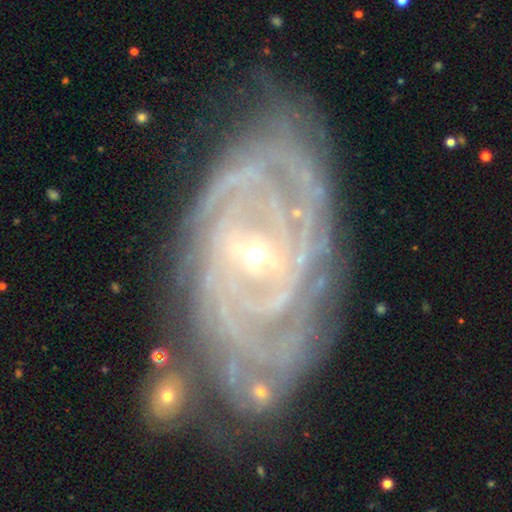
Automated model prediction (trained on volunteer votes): A featured or disk galaxy (90%) with a weak bar (37%), 2 (23%) tight (71%) spiral arms (97%) and a small central bulge (81%).

Vote fractions:
- Smooth or featured? featured or disk: 90% / star or artifact: 6% / smooth: 5%
- Edge-on disk? no: 96% / yes: 4%
- Bar? weak: 37% / strong: 33% / no: 30%
- Spiral arms? yes: 97% / no: 3%
- Spiral winding? tight: 71% / medium: 23% / loose: 5%
- Spiral arm count? 2: 23% / can't tell: 22% / 3: 19% / 4: 18% / more than 4: 11% / 1: 7%
- Bulge size? small: 81% / moderate: 15% / none: 1% / large: 1% / dominant: 1%
- Merging? none: 67% / minor disturbance: 20% / major disturbance: 9% / merger: 3%